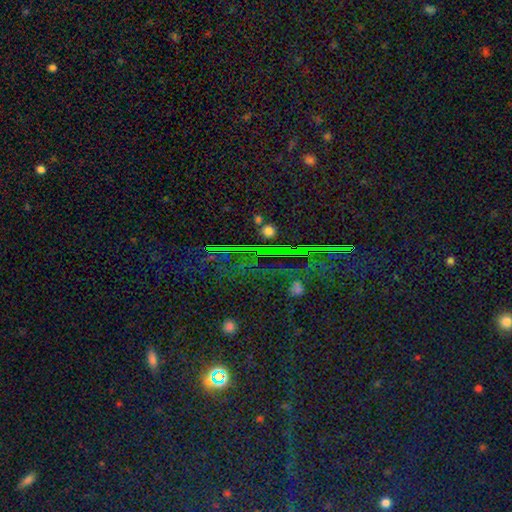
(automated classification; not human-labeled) A star or artifact, not a galaxy (79%).